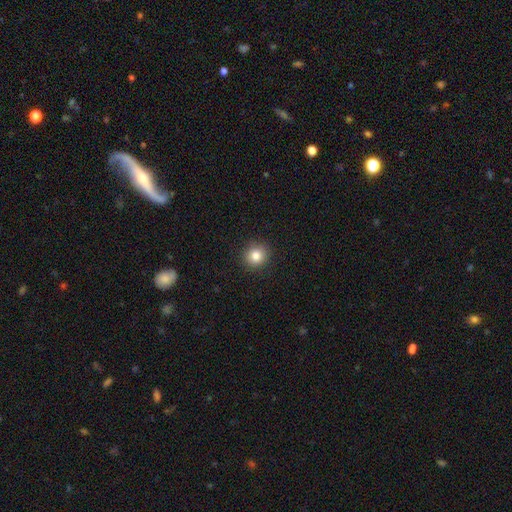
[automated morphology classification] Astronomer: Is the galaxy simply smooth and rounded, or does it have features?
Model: smooth — 83%.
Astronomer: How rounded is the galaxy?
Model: round — 88%.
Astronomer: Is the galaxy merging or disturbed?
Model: none — 91%.